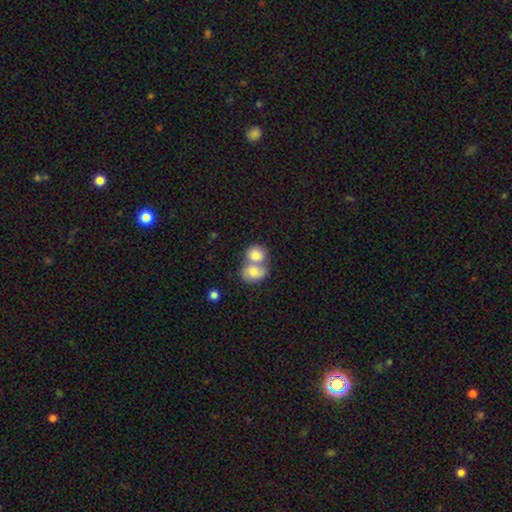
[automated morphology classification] The model was most divided on "how rounded": round: 50%, in between: 49%, cigar-shaped: 1%. More confident: smooth or featured — smooth (79%); merging — merger (72%).